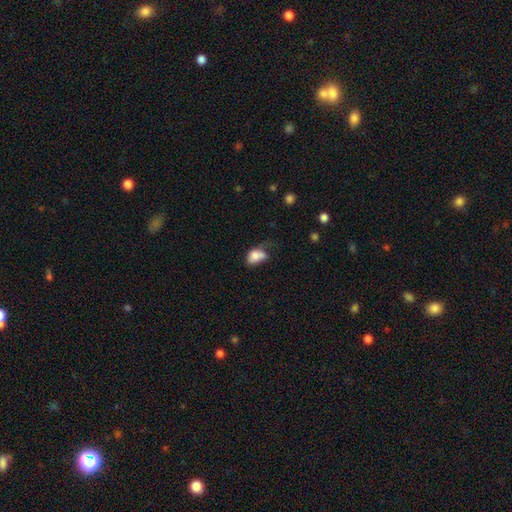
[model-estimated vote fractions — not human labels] smooth_or_featured: smooth (p=0.75) [alt: featured or disk p=0.15]
how_rounded: in between (p=0.73) [alt: round p=0.25]
merging: minor disturbance (p=0.30) [alt: major disturbance p=0.25]